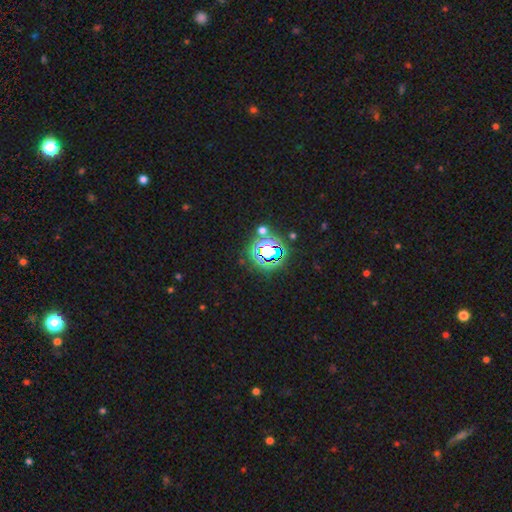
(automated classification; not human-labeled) This is clearly a star or artifact rather than a galaxy (81%).